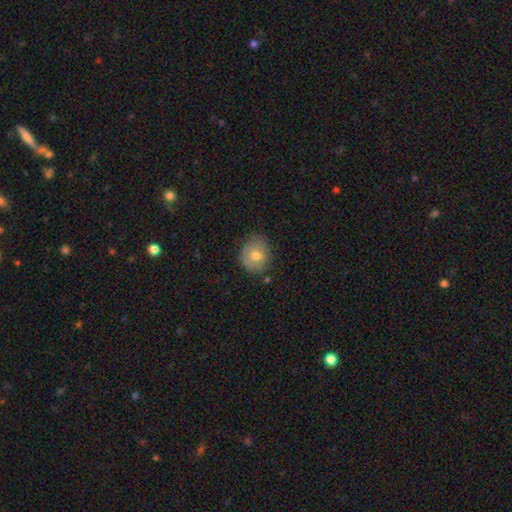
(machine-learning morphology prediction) Smooth or featured: smooth — 75% (featured or disk — 16%)
How rounded: round — 70% (in between — 29%)
Merging: none — 73% (minor disturbance — 21%)